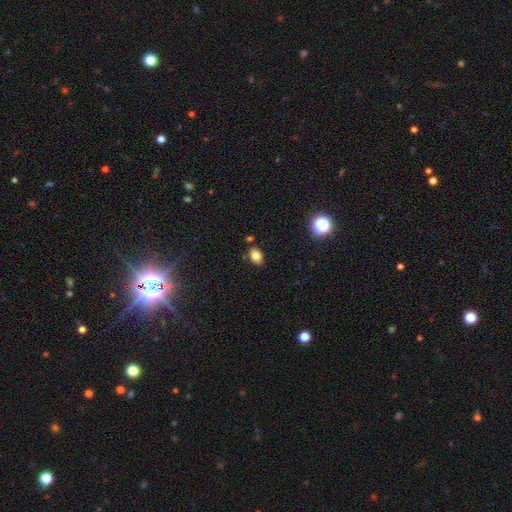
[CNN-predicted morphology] This is clearly a smooth galaxy (81%). How rounded: likely in between (80%). Merging: likely none (80%).